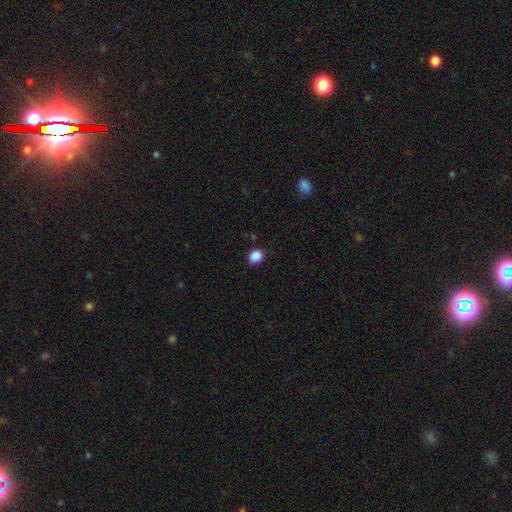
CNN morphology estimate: Smooth or featured? smooth (87%)
How rounded? round (81%)
Merging? none (89%)